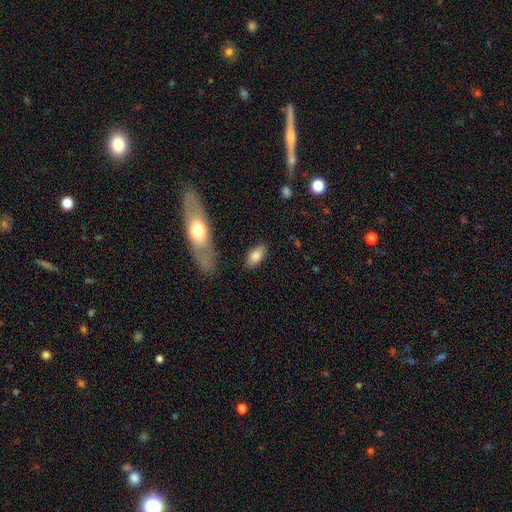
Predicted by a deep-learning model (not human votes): Morphology: type=smooth (79%); roundness=in between (87%); merging=none (80%).